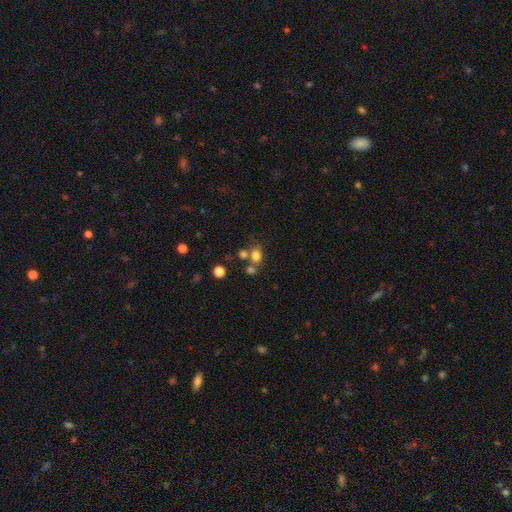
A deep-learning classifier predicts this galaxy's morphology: smooth 75%, star or artifact 15%, featured or disk 10%. Down the decision tree: how rounded — in between (54%); merging — none (51%).